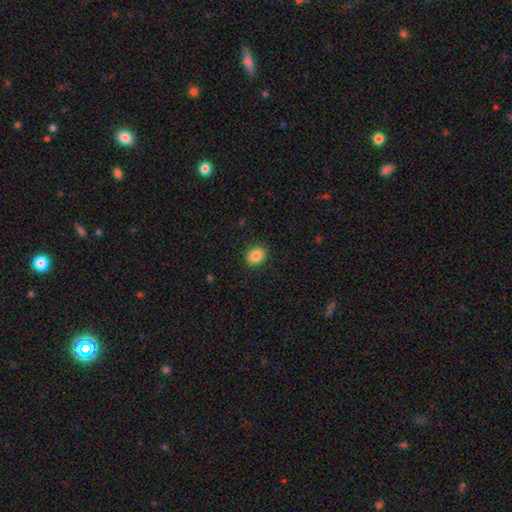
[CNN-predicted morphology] This appears to be a smooth galaxy with no disk features (86%) that is round (56%). Merging: none (89%).